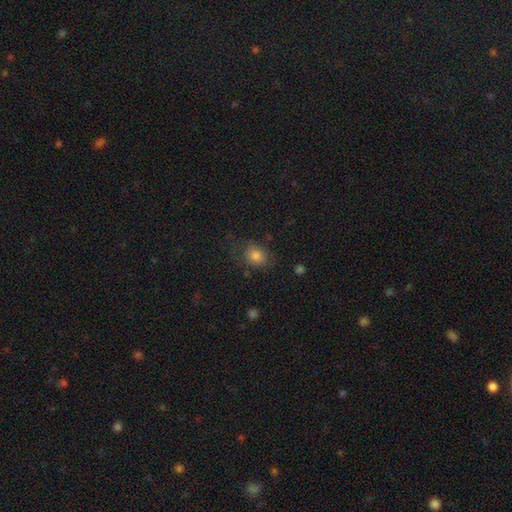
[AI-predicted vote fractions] A smooth galaxy with no disk features (81%) that is round (51%).

Vote fractions:
- Smooth or featured? smooth: 81% / star or artifact: 11% / featured or disk: 9%
- How rounded? round: 51% / in between: 48% / cigar-shaped: 1%
- Merging? none: 65% / minor disturbance: 22% / major disturbance: 11% / merger: 2%